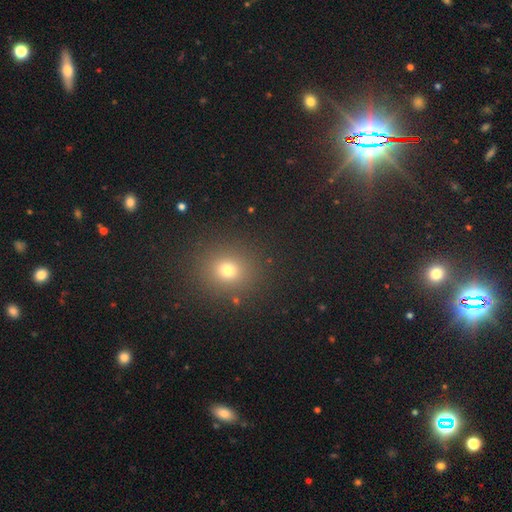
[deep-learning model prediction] smooth-or-featured: smooth: 51% | star or artifact: 40% | featured or disk: 9%
  how-rounded: round: 87% | in between: 12% | cigar-shaped: 1%
  merging: none: 91% | minor disturbance: 5% | major disturbance: 2% | merger: 2%